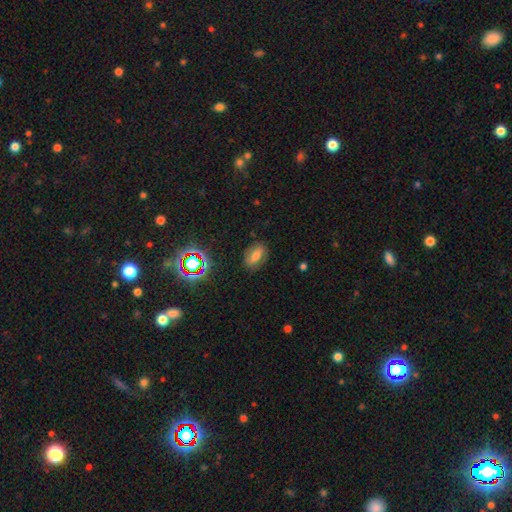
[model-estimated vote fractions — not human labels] This is possibly a smooth galaxy (58%). How rounded: clearly in between (82%). Merging: clearly none (82%).